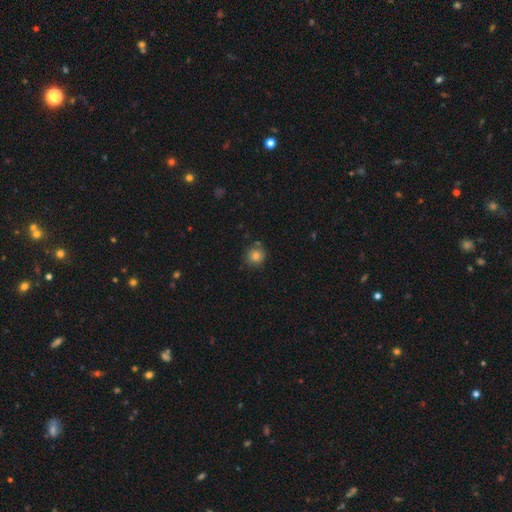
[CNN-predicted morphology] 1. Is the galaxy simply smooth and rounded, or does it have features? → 80% smooth, 12% star or artifact, 8% featured or disk.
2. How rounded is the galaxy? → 90% round, 9% in between, 1% cigar-shaped.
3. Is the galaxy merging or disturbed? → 81% none, 12% minor disturbance, 4% merger, 3% major disturbance.